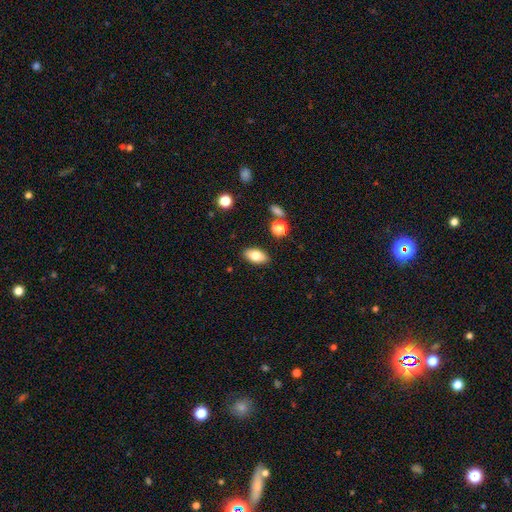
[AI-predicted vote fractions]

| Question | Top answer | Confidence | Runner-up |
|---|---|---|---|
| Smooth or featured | smooth | 78% | featured or disk (14%) |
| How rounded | in between | 91% | round (5%) |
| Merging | none | 86% | minor disturbance (9%) |